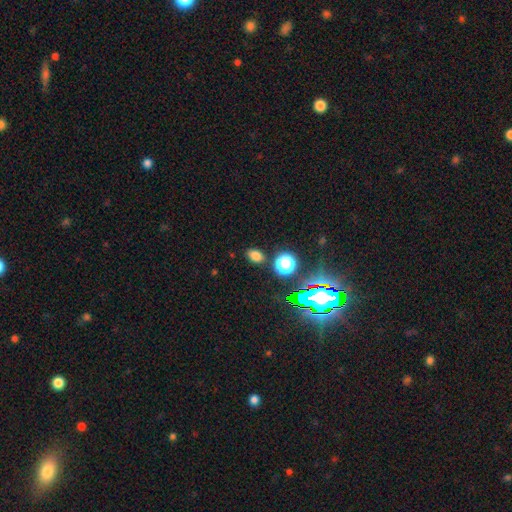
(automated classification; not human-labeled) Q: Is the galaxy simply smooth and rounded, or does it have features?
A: smooth — 71%.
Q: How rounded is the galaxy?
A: in between — 70%.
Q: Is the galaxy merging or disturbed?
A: none — 83%.